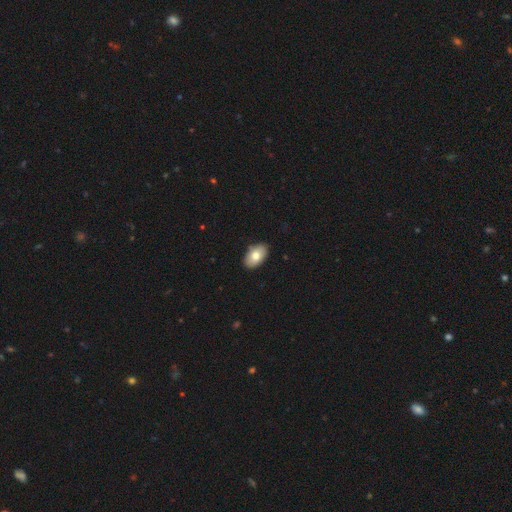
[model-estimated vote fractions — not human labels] A smooth galaxy with no disk features (77%) that is in between round and cigar-shaped (92%). Merging: none (88%).